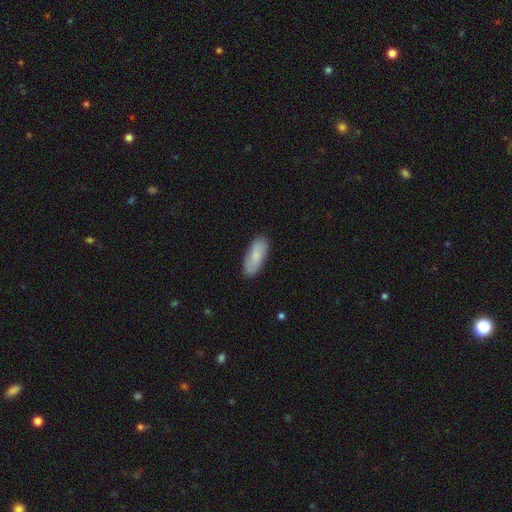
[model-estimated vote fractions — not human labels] Smooth or featured? Predicted: smooth (p=0.79). How rounded? Predicted: in between (p=0.77). Merging? Predicted: none (p=0.86).